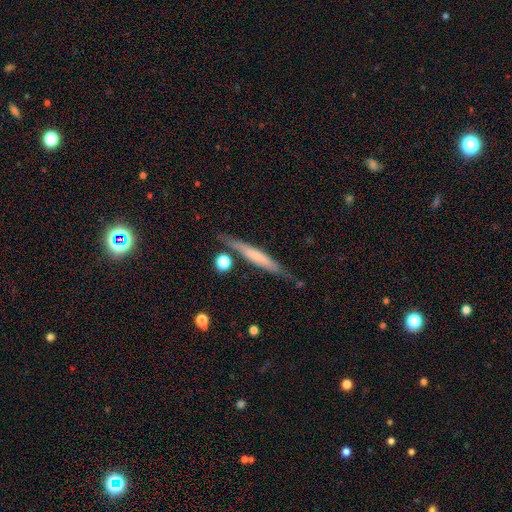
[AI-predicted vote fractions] Smooth or featured? smooth (47%, tied with featured or disk)
Merging? none (78%)